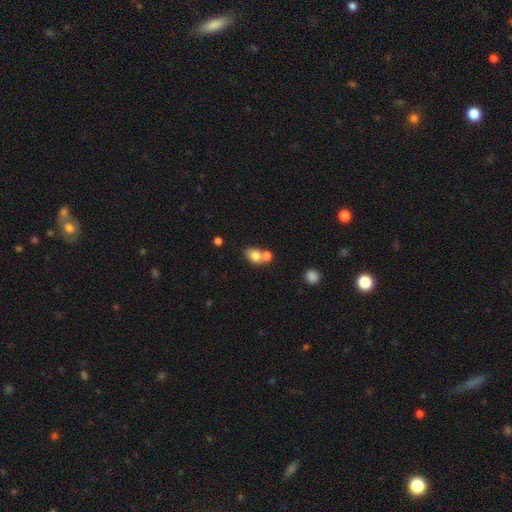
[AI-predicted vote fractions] This appears to be a smooth galaxy with no disk features (78%) that is in between round and cigar-shaped (59%). Merging: merger (51%).